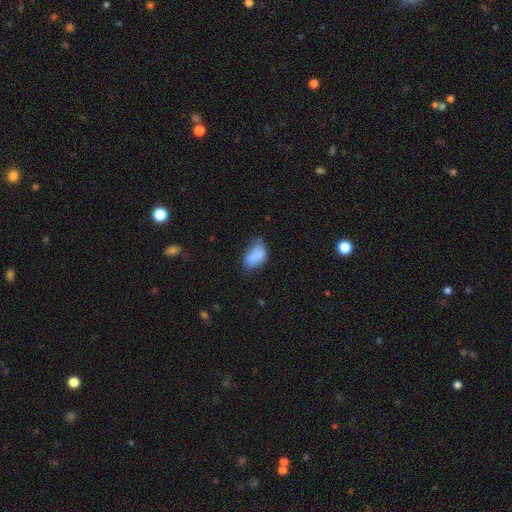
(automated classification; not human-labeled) Smooth or featured?
  - smooth: 82% *
  - featured or disk: 10%
  - star or artifact: 9%
How rounded?
  - in between: 91% *
  - round: 7%
  - cigar-shaped: 2%
Merging?
  - none: 42% *
  - minor disturbance: 40%
  - major disturbance: 13%
  - merger: 5%